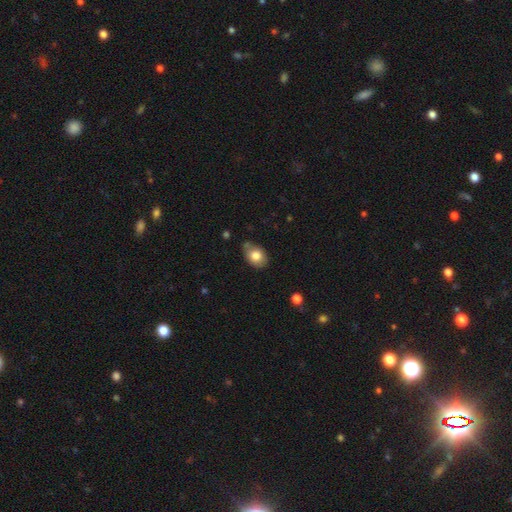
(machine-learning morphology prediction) smooth_or_featured: smooth (p=0.79) [alt: featured or disk p=0.12]
how_rounded: in between (p=0.73) [alt: round p=0.26]
merging: none (p=0.66) [alt: minor disturbance p=0.26]